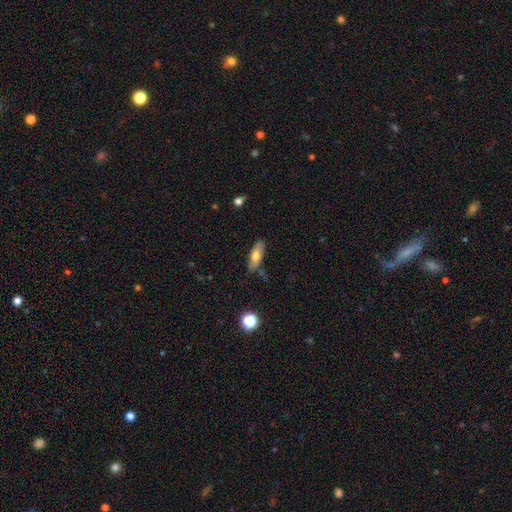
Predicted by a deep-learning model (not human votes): Smooth or featured? Predicted: smooth (p=0.65). How rounded? Predicted: in between (p=0.68). Merging? Predicted: none (p=0.71).